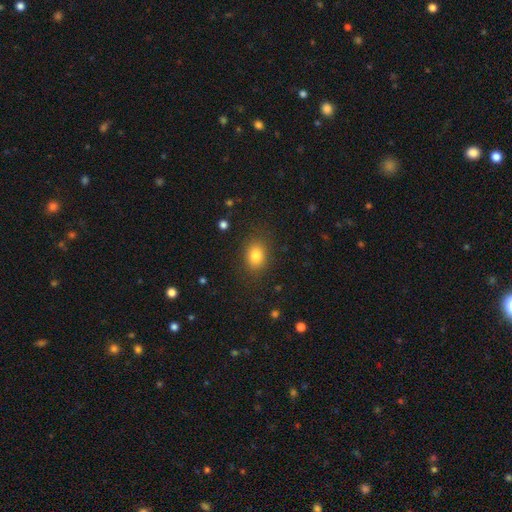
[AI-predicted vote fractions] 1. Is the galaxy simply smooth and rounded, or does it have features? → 81% smooth, 11% star or artifact, 8% featured or disk.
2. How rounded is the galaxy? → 61% in between, 38% round, 1% cigar-shaped.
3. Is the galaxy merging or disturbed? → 84% none, 11% minor disturbance, 4% major disturbance, 1% merger.